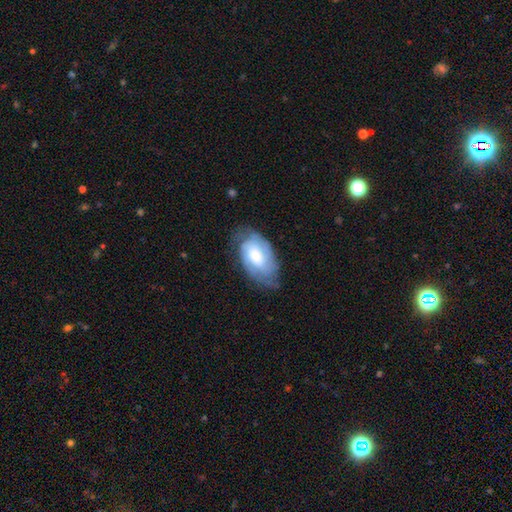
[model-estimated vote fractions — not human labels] Q: Smooth or featured?
A: featured or disk (66%); runner-up: smooth (28%)
Q: Edge-on disk?
A: no (96%); runner-up: yes (4%)
Q: Bar?
A: no (64%); runner-up: weak (30%)
Q: Spiral arms?
A: yes (89%); runner-up: no (11%)
Q: Spiral winding?
A: tight (57%); runner-up: medium (33%)
Q: Spiral arm count?
A: 2 (40%); runner-up: can't tell (37%)
Q: Bulge size?
A: moderate (42%); runner-up: small (26%)
Q: Merging?
A: none (65%); runner-up: minor disturbance (24%)